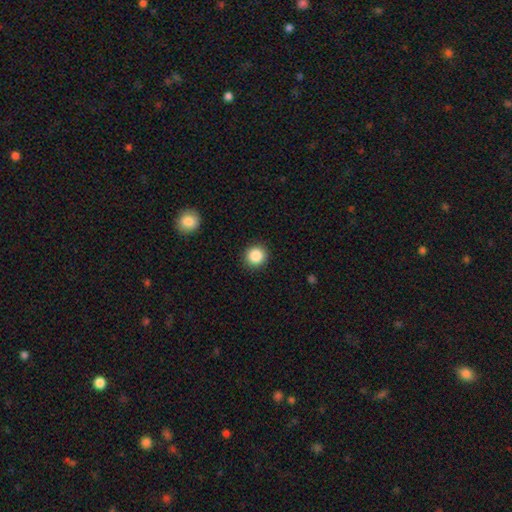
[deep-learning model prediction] Smooth or featured: smooth — 87% (star or artifact — 9%)
How rounded: round — 93% (in between — 6%)
Merging: none — 91% (minor disturbance — 6%)